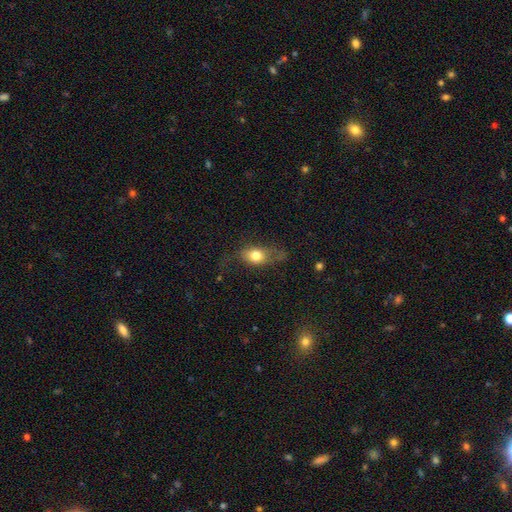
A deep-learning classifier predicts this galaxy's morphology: The model was most divided on "merging": none: 45%, minor disturbance: 26%, major disturbance: 26%, merger: 2%. More confident: how rounded — in between (74%); smooth or featured — smooth (72%).